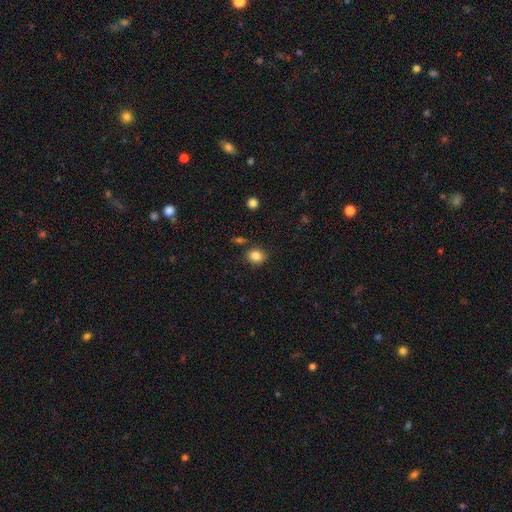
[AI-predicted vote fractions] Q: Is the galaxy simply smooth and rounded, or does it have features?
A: smooth — 85%.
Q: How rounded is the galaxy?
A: round — 68%.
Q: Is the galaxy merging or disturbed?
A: none — 80%.